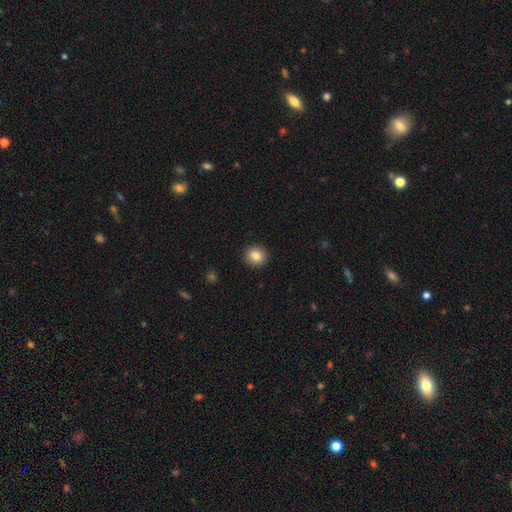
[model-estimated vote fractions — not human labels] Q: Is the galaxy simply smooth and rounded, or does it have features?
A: smooth — 84%.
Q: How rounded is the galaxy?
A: round — 88%.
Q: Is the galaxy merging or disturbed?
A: none — 92%.